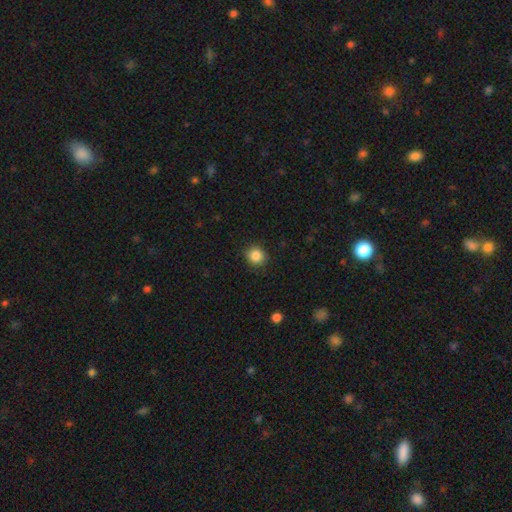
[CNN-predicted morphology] Smooth or featured? smooth (86%)
How rounded? round (90%)
Merging? none (89%)